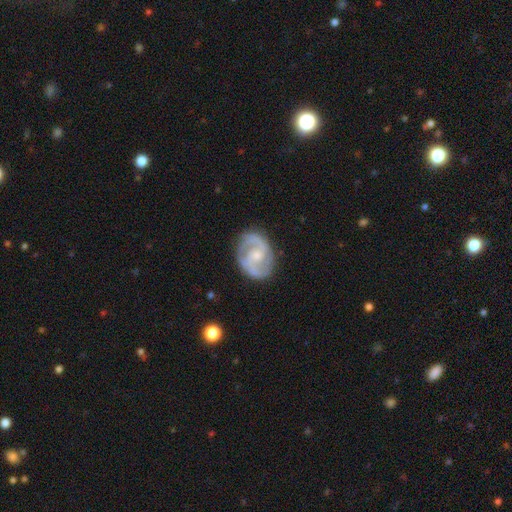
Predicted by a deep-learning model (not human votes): Overall: featured or disk (85%). Edge-on disk: no (98%). Bar: no (47%; weak 43%). Spiral arms: yes (95%). Spiral arm count: 2 (87%). Spiral winding: medium (54%; tight 31%). Bulge size: small (51%; moderate 40%). Merging: none (80%).